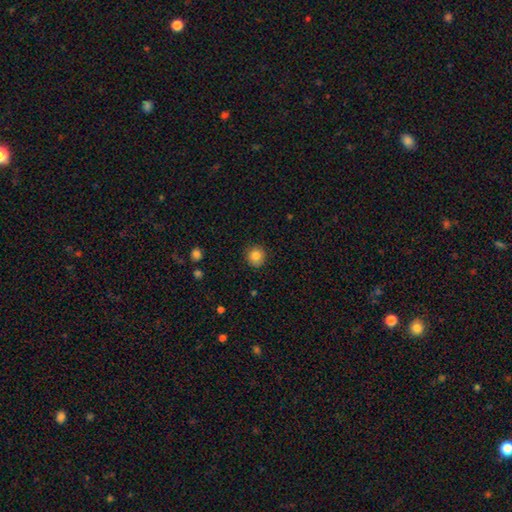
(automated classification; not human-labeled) smooth 84%, star or artifact 10%, featured or disk 6%. Down the decision tree: how rounded — round (91%); merging — none (89%).